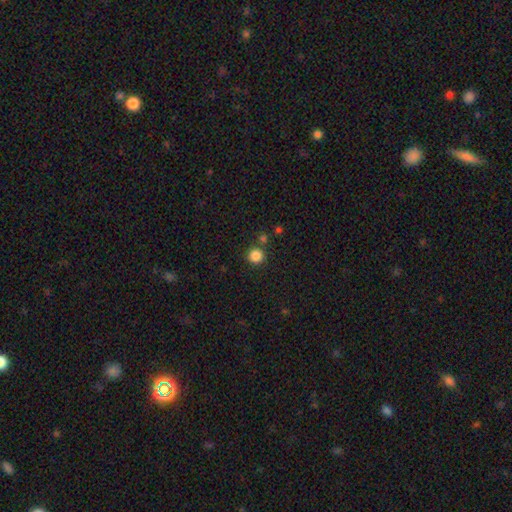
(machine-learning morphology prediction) smooth_or_featured: smooth (p=0.85) [alt: star or artifact p=0.11]
how_rounded: round (p=0.94) [alt: in between p=0.05]
merging: none (p=0.85) [alt: minor disturbance p=0.06]